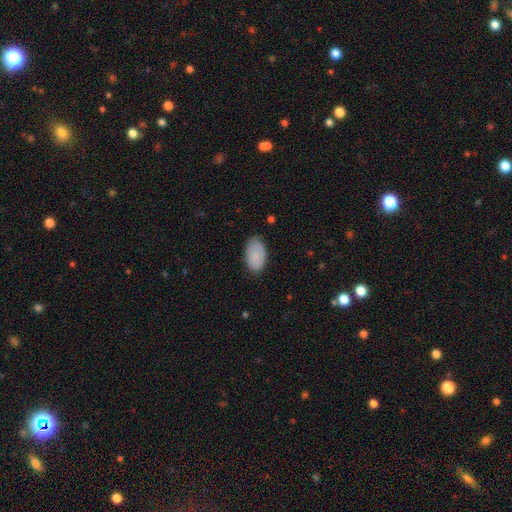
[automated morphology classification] Smooth or featured? smooth (86%)
How rounded? in between (95%)
Merging? none (81%)